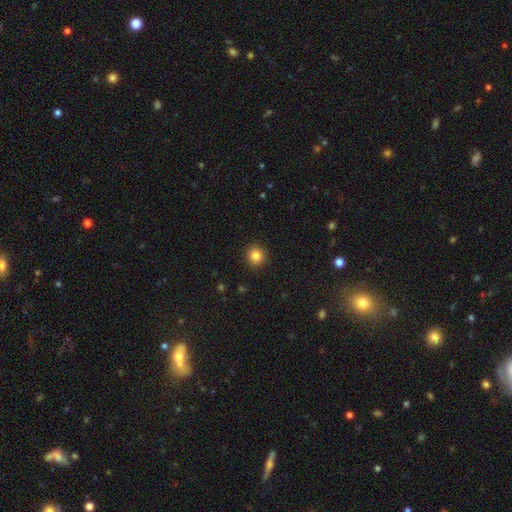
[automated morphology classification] A smooth galaxy with no disk features (84%) that is round (90%). Merging: none (92%).